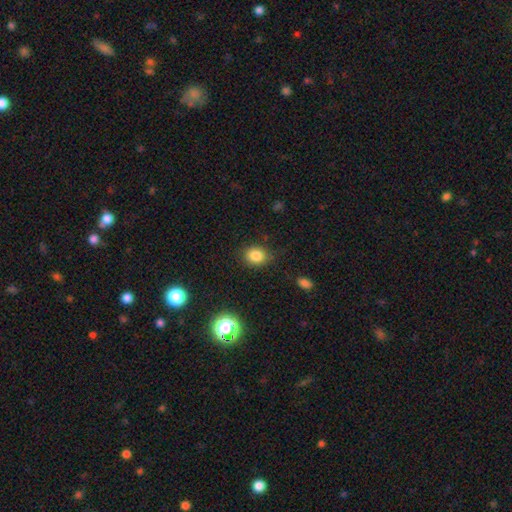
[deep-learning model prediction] This appears to be a smooth galaxy with no disk features (82%) that is round (55%). Merging: none (82%).